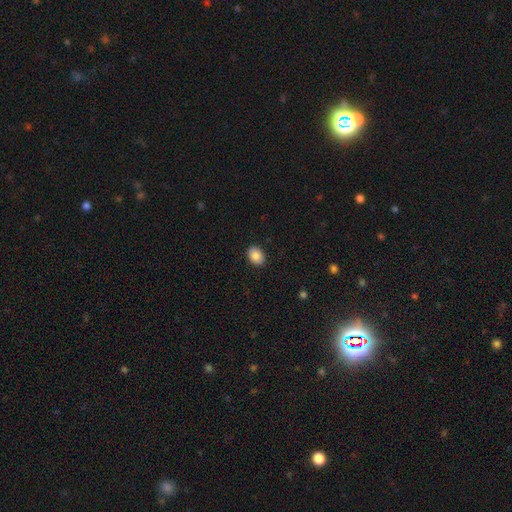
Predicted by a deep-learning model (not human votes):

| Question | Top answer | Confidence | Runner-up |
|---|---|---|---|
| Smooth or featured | smooth | 87% | star or artifact (8%) |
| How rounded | in between | 73% | round (26%) |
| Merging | none | 90% | minor disturbance (7%) |